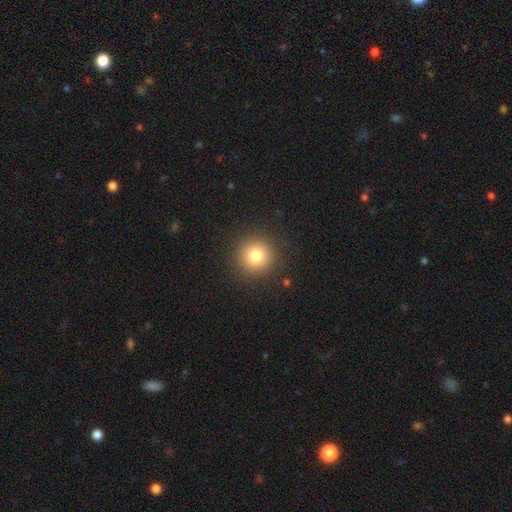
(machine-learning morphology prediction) A smooth galaxy with no disk features (80%) that is round (95%).

Vote fractions:
- Smooth or featured? smooth: 80% / star or artifact: 12% / featured or disk: 8%
- How rounded? round: 95% / in between: 4% / cigar-shaped: 1%
- Merging? none: 90% / minor disturbance: 6% / major disturbance: 3% / merger: 1%